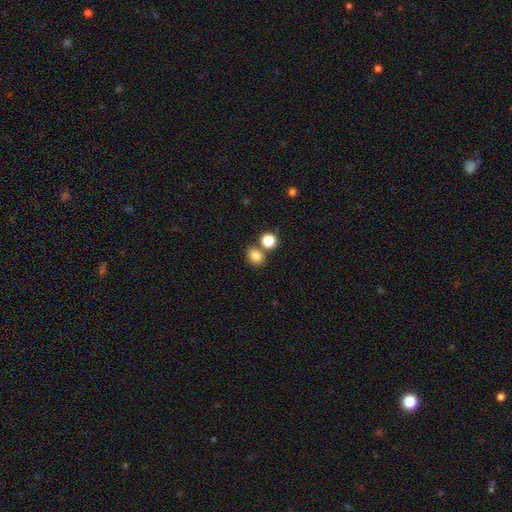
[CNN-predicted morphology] A smooth galaxy with no disk features (83%) that is round (65%). Merging: none (64%).